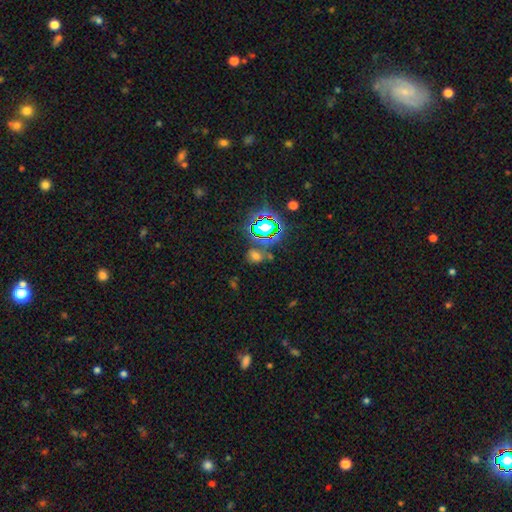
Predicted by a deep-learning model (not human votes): Morphology: type=smooth (49%); merging=none (66%).